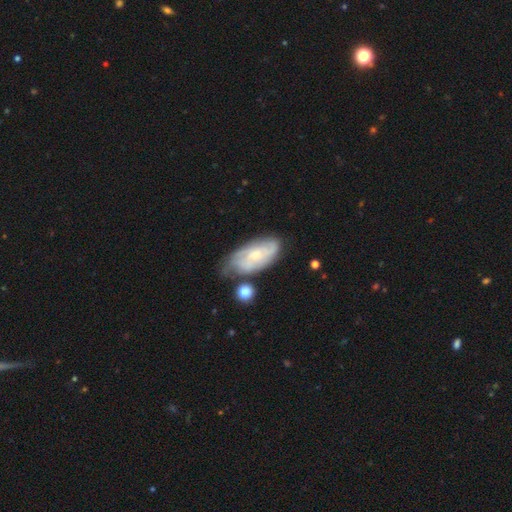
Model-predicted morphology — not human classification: Smooth or featured? featured or disk (64%)
Edge-on disk? no (92%)
Bar? no (73%)
Spiral arms? yes (81%)
Bulge size? small (56%)
Merging? none (54%)